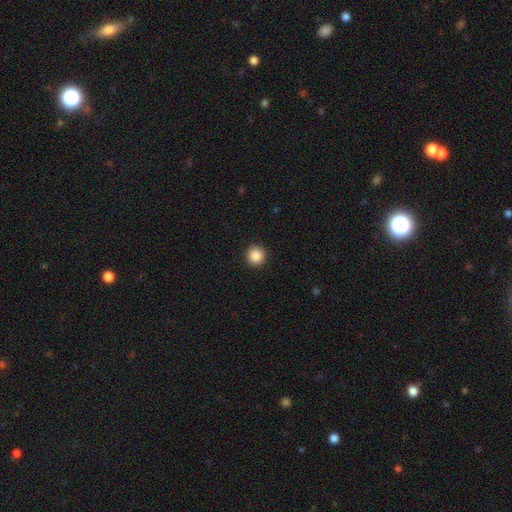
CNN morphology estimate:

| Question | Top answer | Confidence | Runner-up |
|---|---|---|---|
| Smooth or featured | smooth | 88% | star or artifact (9%) |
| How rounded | round | 95% | in between (4%) |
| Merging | none | 93% | minor disturbance (4%) |